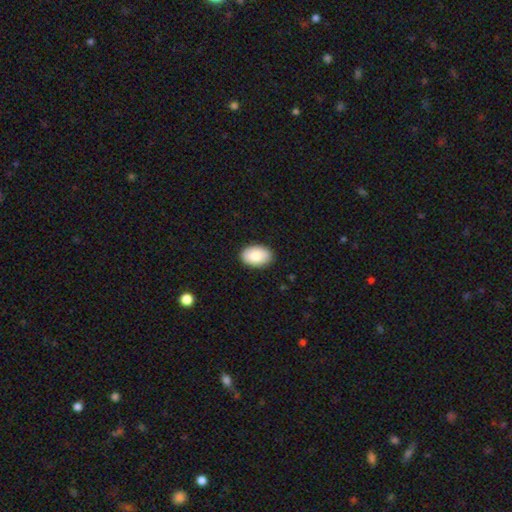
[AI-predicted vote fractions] Smooth or featured: smooth — 86% (featured or disk — 7%)
How rounded: in between — 89% (round — 10%)
Merging: none — 90% (minor disturbance — 8%)